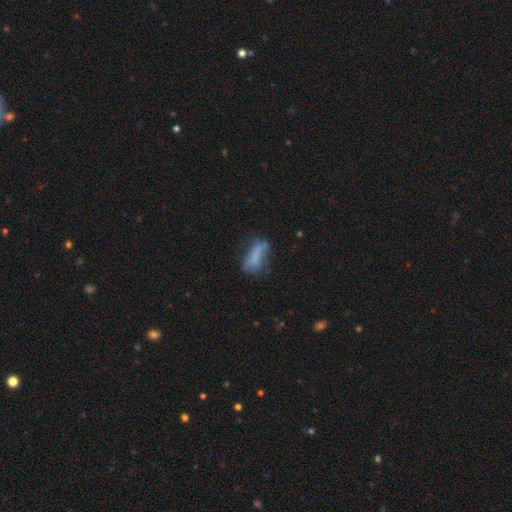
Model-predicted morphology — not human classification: Q: Smooth or featured?
A: smooth (60%); runner-up: featured or disk (28%)
Q: How rounded?
A: in between (63%); runner-up: cigar-shaped (33%)
Q: Merging?
A: none (42%); runner-up: minor disturbance (29%)